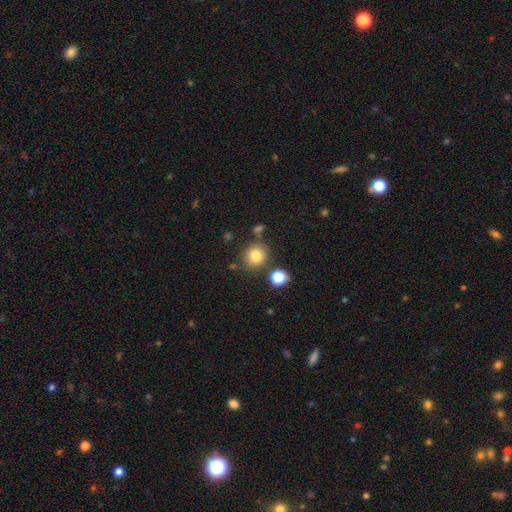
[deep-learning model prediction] Smooth or featured?
  - smooth: 81% *
  - star or artifact: 12%
  - featured or disk: 8%
How rounded?
  - round: 87% *
  - in between: 12%
  - cigar-shaped: 1%
Merging?
  - none: 79% *
  - minor disturbance: 9%
  - merger: 8%
  - major disturbance: 3%